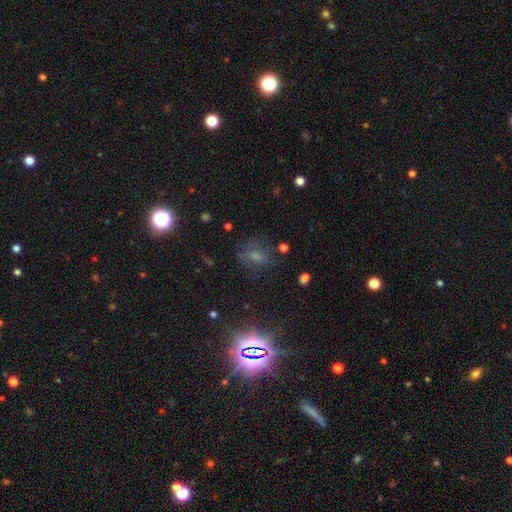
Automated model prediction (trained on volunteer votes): Q: Smooth or featured?
A: smooth (55%); runner-up: star or artifact (30%)
Q: How rounded?
A: round (52%); runner-up: in between (46%)
Q: Merging?
A: none (68%); runner-up: minor disturbance (18%)